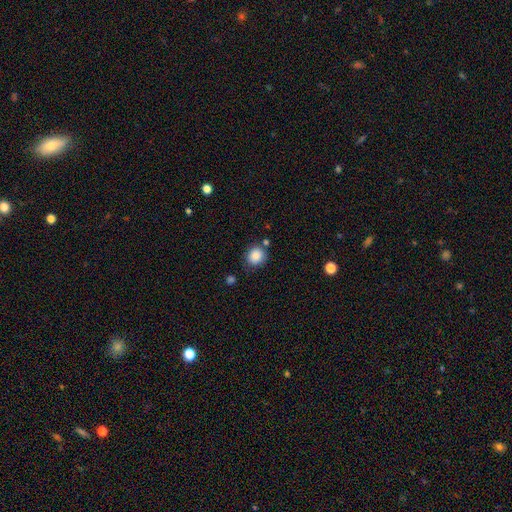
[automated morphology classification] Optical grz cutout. It shows a smooth galaxy with no disk features (86%) that is round (85%). Merging: none (77%).